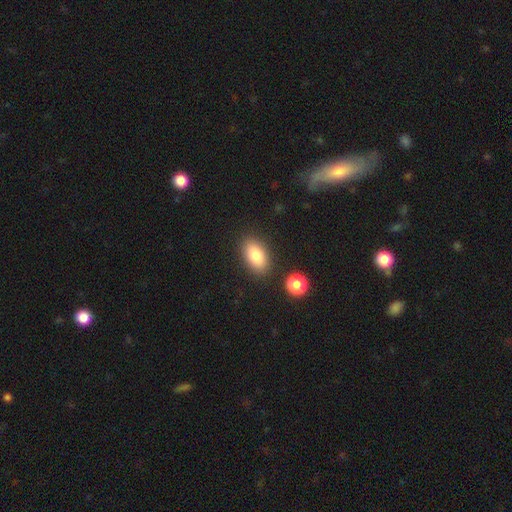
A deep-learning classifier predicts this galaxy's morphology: This appears to be a smooth galaxy with no disk features (83%) that is in between round and cigar-shaped (90%). Merging: none (85%).